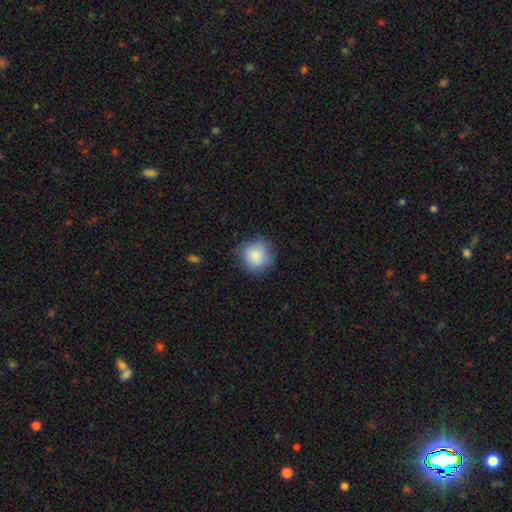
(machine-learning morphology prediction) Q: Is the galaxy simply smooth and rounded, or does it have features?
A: smooth — 87%.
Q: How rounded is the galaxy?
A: round — 91%.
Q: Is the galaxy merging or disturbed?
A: none — 79%.